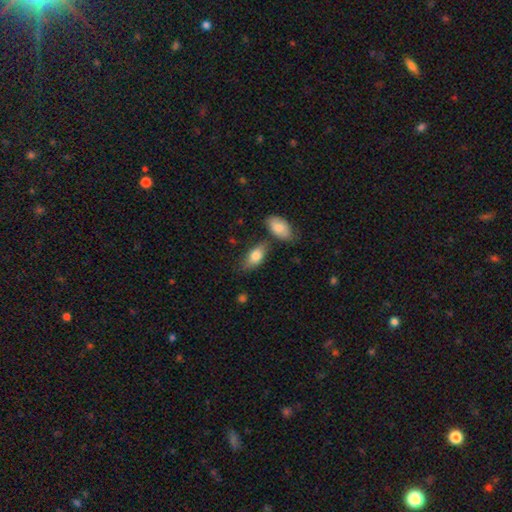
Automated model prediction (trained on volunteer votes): Smooth or featured: smooth — 78% (featured or disk — 16%)
How rounded: in between — 90% (cigar-shaped — 7%)
Merging: none — 62% (minor disturbance — 19%)